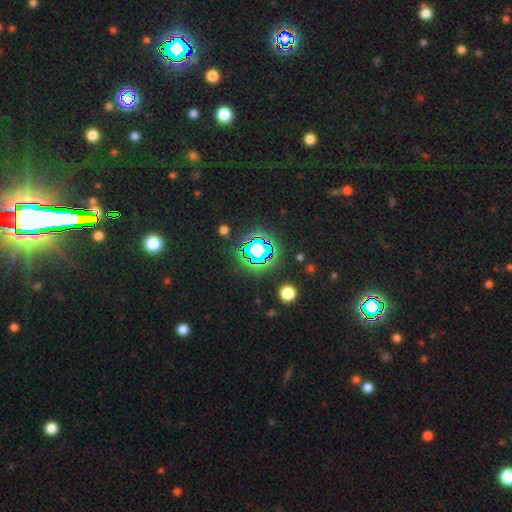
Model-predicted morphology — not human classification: The model was most divided on "smooth or featured": star or artifact: 76%, smooth: 16%, featured or disk: 8%.